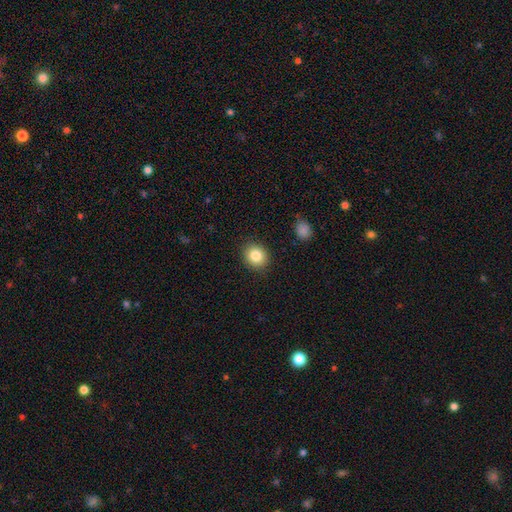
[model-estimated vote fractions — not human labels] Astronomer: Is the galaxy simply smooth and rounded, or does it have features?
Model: smooth — 84%.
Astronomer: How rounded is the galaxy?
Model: round — 77%.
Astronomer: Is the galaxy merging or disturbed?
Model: none — 89%.